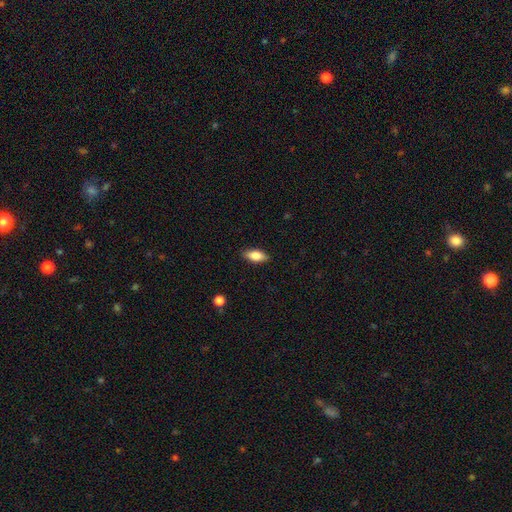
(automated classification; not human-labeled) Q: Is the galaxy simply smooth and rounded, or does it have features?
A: smooth — 77%.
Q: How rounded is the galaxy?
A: in between — 83%.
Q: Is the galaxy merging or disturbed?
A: none — 87%.